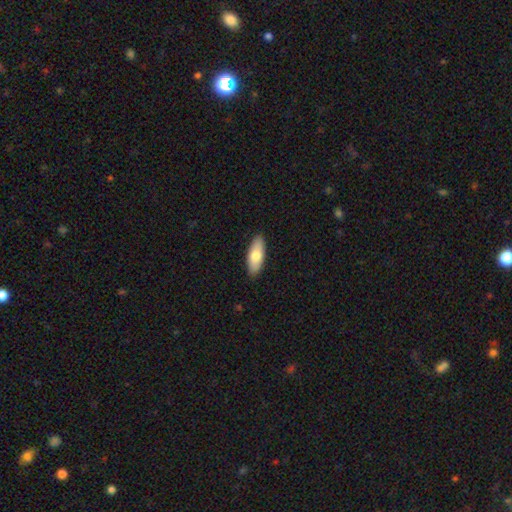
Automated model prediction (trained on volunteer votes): A smooth galaxy with no disk features (75%) that is in between round and cigar-shaped (78%).

Vote fractions:
- Smooth or featured? smooth: 75% / featured or disk: 20% / star or artifact: 5%
- How rounded? in between: 78% / cigar-shaped: 19% / round: 2%
- Merging? none: 89% / minor disturbance: 9% / major disturbance: 2% / merger: 1%